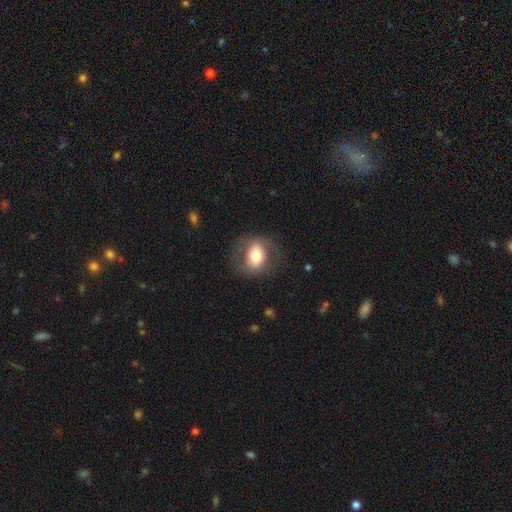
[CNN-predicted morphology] Smooth or featured? Predicted: smooth (p=0.60). How rounded? Predicted: in between (p=0.60). Merging? Predicted: none (p=0.73).